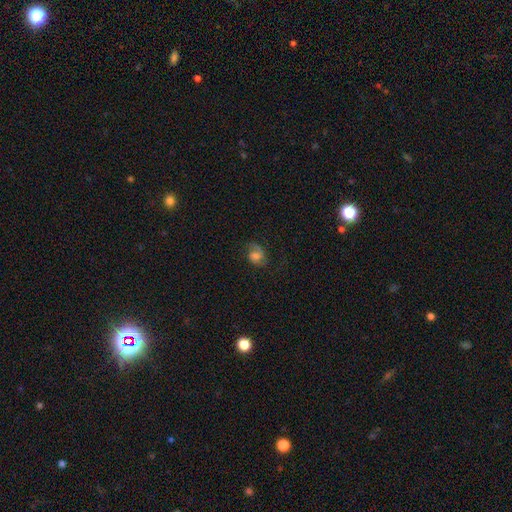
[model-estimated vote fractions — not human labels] Morphology: type=featured or disk (45%); merging=none (59%).